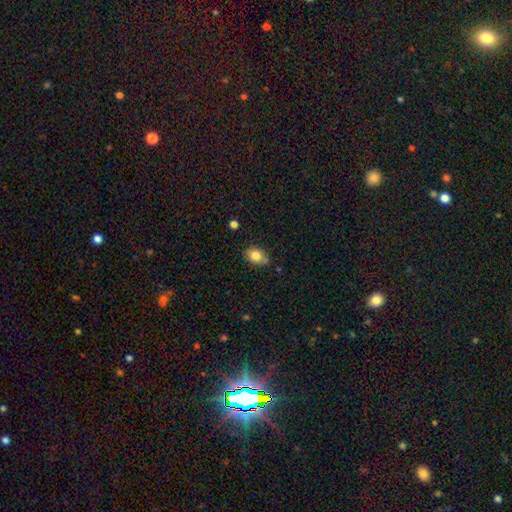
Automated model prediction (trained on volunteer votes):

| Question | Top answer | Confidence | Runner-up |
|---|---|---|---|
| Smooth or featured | smooth | 82% | featured or disk (9%) |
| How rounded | in between | 68% | round (31%) |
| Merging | none | 70% | minor disturbance (21%) |